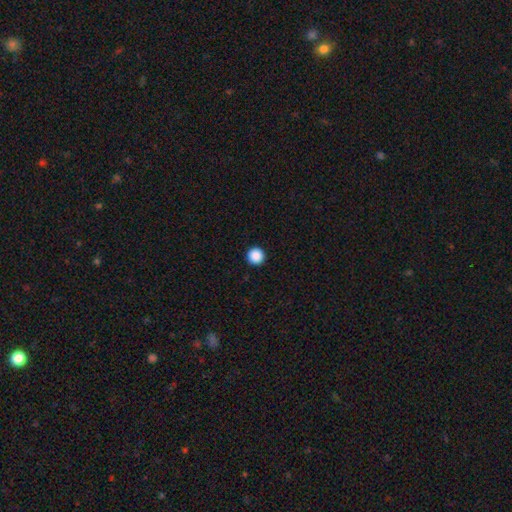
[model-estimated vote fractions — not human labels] smooth-or-featured: smooth: 89% | star or artifact: 9% | featured or disk: 2%
  how-rounded: round: 97% | in between: 2% | cigar-shaped: 1%
  merging: none: 94% | minor disturbance: 4% | major disturbance: 1% | merger: 1%